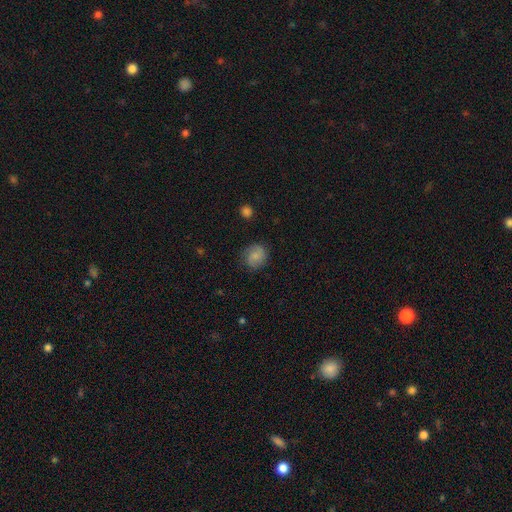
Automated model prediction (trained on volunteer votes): Smooth or featured? smooth (77%)
How rounded? round (76%)
Merging? none (78%)